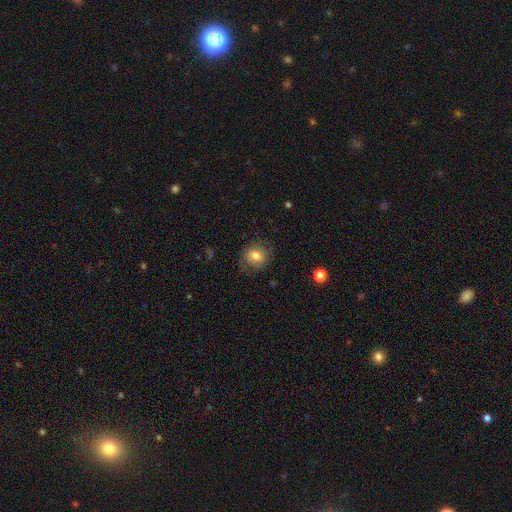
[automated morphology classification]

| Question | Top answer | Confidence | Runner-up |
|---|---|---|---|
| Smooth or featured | smooth | 76% | featured or disk (14%) |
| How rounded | round | 79% | in between (20%) |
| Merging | none | 79% | minor disturbance (14%) |